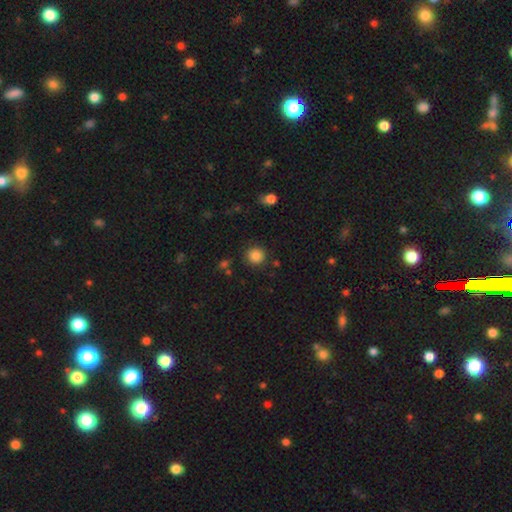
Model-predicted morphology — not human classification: This appears to be a smooth galaxy with no disk features (86%) that is round (91%). Merging: none (86%).